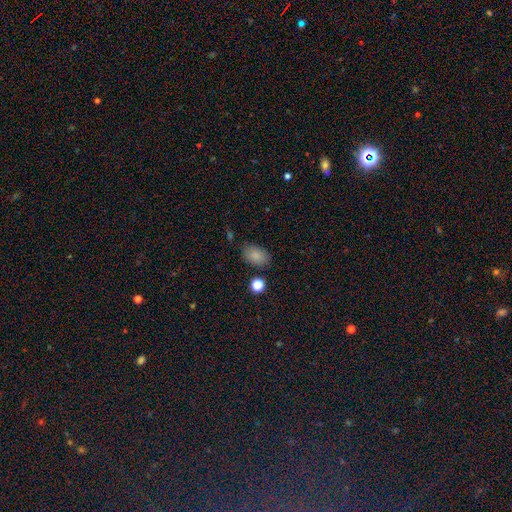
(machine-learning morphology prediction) The model was most divided on "merging": none: 80%, minor disturbance: 13%, major disturbance: 3%, merger: 3%. More confident: how rounded — in between (89%); smooth or featured — smooth (86%).